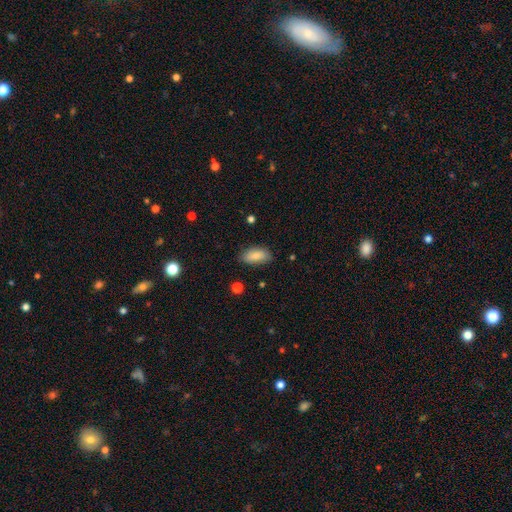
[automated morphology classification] Smooth or featured: smooth — 81% (featured or disk — 12%)
How rounded: in between — 91% (cigar-shaped — 5%)
Merging: none — 79% (minor disturbance — 17%)